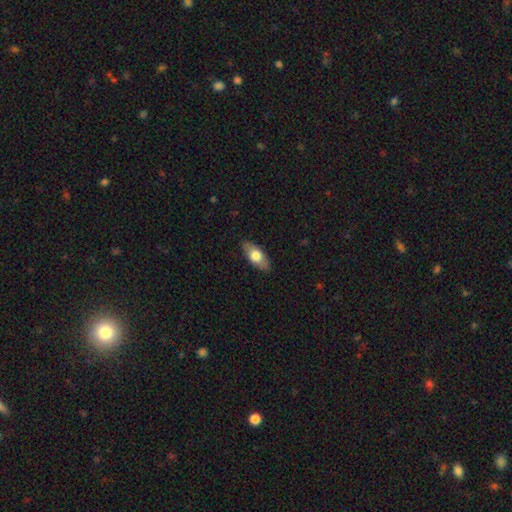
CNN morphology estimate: Smooth or featured? Predicted: smooth (p=0.68). How rounded? Predicted: in between (p=0.87). Merging? Predicted: none (p=0.87).